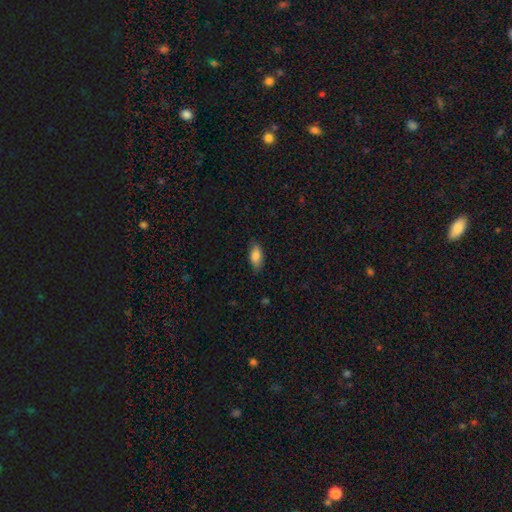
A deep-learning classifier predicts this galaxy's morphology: The model was most divided on "merging": none: 83%, minor disturbance: 14%, major disturbance: 2%, merger: 1%. More confident: how rounded — in between (88%); smooth or featured — smooth (84%).